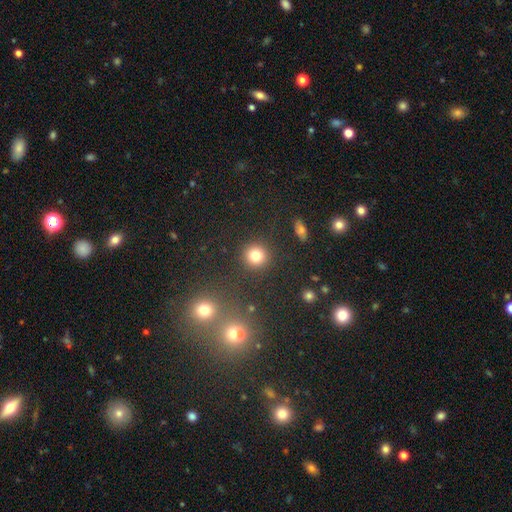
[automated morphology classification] smooth-or-featured: smooth: 80% | star or artifact: 14% | featured or disk: 6%
  how-rounded: round: 92% | in between: 7% | cigar-shaped: 1%
  merging: none: 89% | minor disturbance: 6% | major disturbance: 3% | merger: 2%